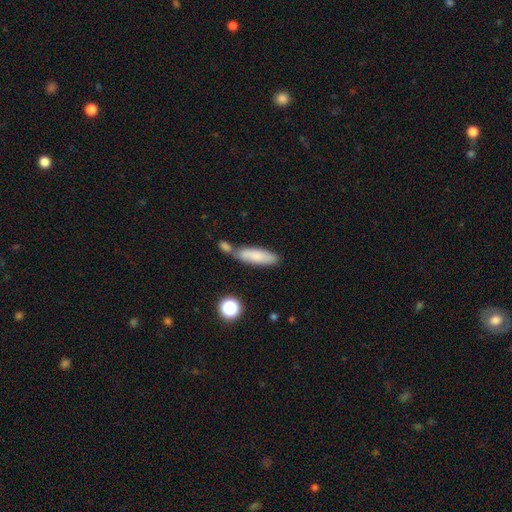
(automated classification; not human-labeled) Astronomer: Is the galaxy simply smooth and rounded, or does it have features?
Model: smooth — 77%.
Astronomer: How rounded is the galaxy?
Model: cigar-shaped — 58% (runner-up: in between, 40%).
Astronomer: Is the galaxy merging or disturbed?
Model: none — 53%.